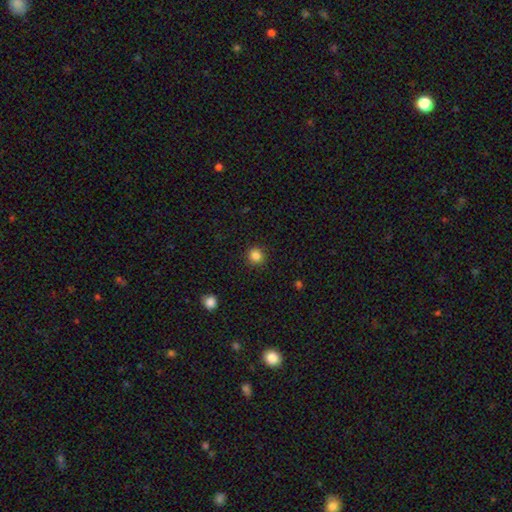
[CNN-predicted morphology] A smooth galaxy with no disk features (85%) that is round (89%).

Vote fractions:
- Smooth or featured? smooth: 85% / star or artifact: 11% / featured or disk: 3%
- How rounded? round: 89% / in between: 10% / cigar-shaped: 1%
- Merging? none: 90% / minor disturbance: 6% / major disturbance: 2% / merger: 1%